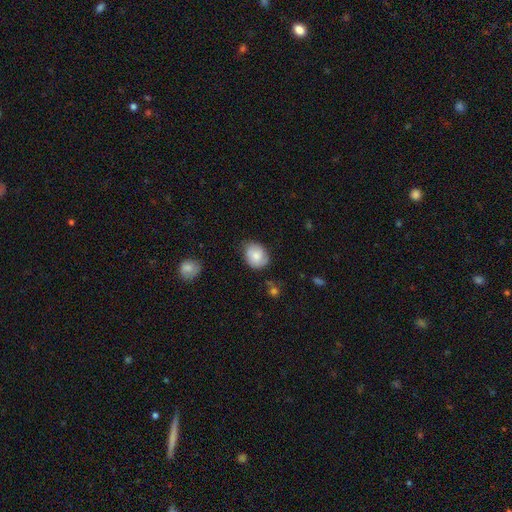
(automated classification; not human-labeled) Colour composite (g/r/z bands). It shows a smooth galaxy with no disk features (76%) that is in between round and cigar-shaped (52%). Merging: none (67%).